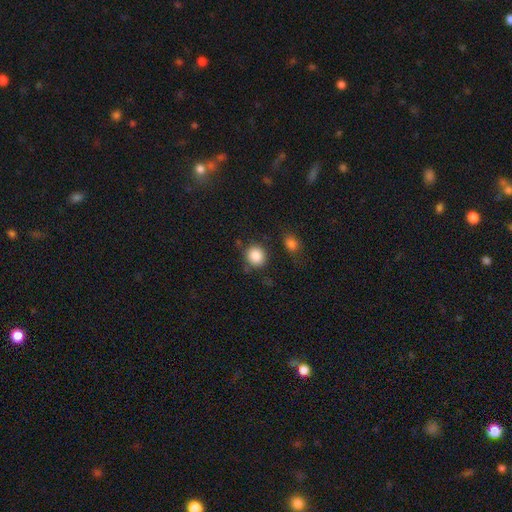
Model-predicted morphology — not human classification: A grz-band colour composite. It shows a smooth galaxy with no disk features (87%) that is round (82%). Merging: none (78%).